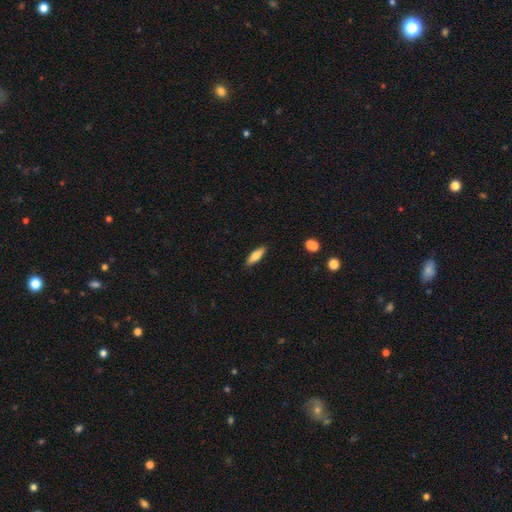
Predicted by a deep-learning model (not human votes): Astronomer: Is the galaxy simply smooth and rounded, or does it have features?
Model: smooth — 73%.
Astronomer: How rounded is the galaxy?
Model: cigar-shaped — 53% (runner-up: in between, 45%).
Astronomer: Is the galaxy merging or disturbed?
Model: none — 89%.